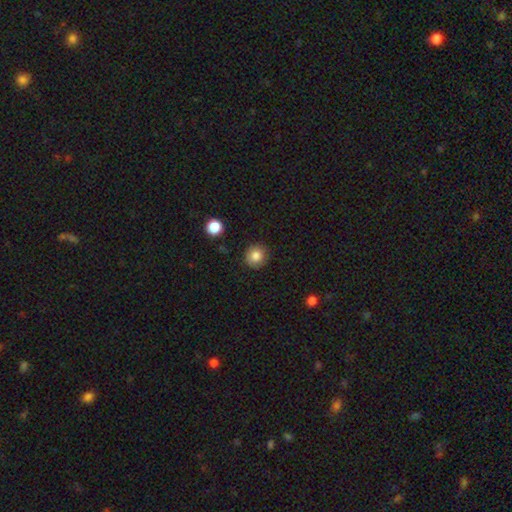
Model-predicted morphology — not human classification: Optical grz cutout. It shows a smooth galaxy with no disk features (83%) that is round (91%). Merging: none (90%).